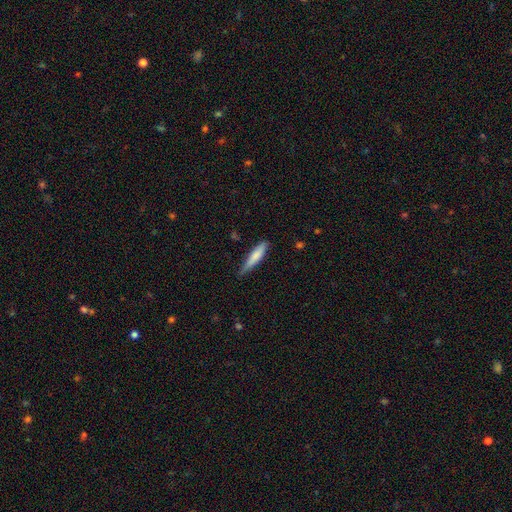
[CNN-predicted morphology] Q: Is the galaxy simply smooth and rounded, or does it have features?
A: smooth — 74%.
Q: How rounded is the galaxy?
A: cigar-shaped — 84%.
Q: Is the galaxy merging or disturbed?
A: none — 70%.